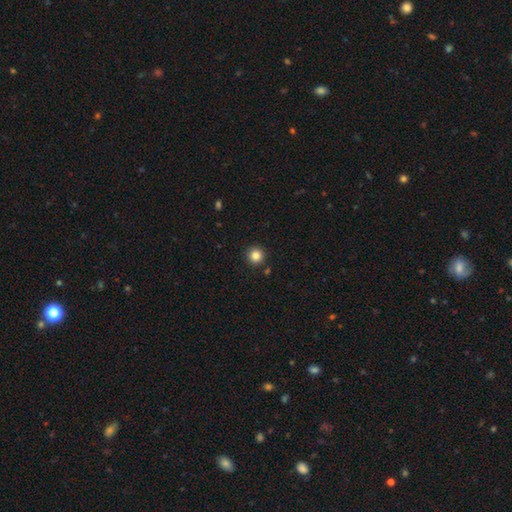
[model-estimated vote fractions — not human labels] Smooth or featured?
  - smooth: 84% *
  - star or artifact: 11%
  - featured or disk: 5%
How rounded?
  - round: 95% *
  - in between: 4%
  - cigar-shaped: 1%
Merging?
  - none: 90% *
  - minor disturbance: 5%
  - merger: 2%
  - major disturbance: 2%